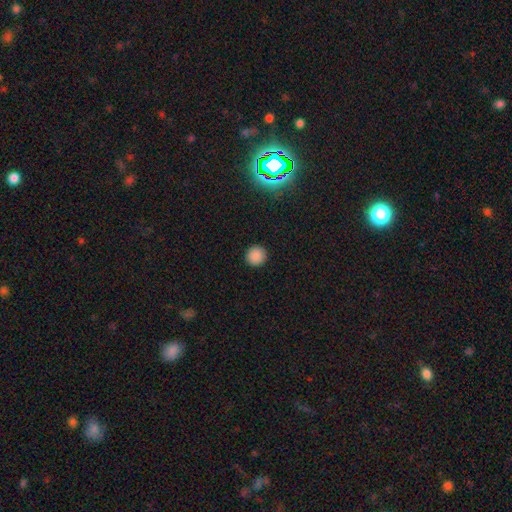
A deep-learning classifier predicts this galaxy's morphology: type=smooth (87%); roundness=round (94%); merging=none (92%).